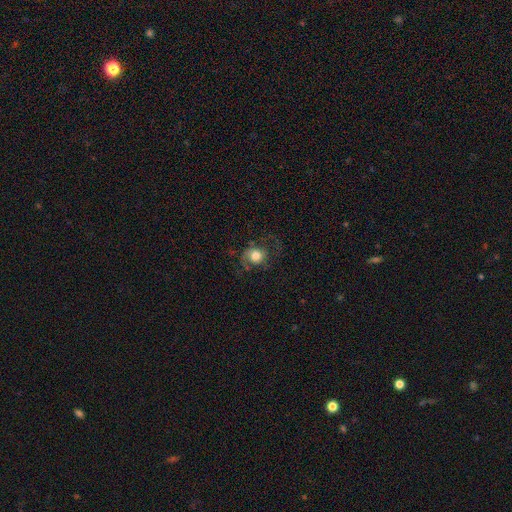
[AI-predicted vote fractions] A smooth galaxy with no disk features (52%) that is round (72%). Merging: none (51%).